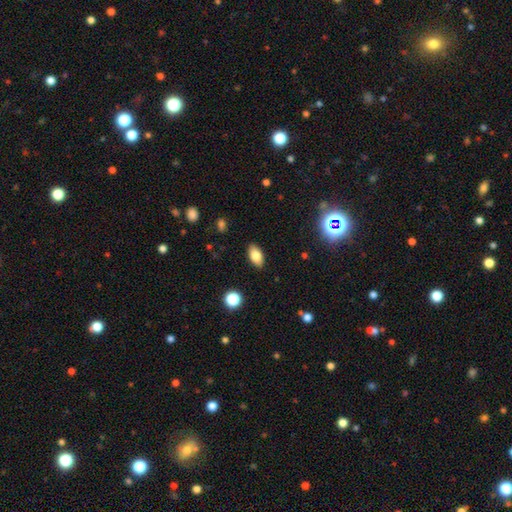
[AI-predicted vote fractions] smooth 80%, featured or disk 10%, star or artifact 9%. Down the decision tree: how rounded — in between (91%); merging — none (88%).